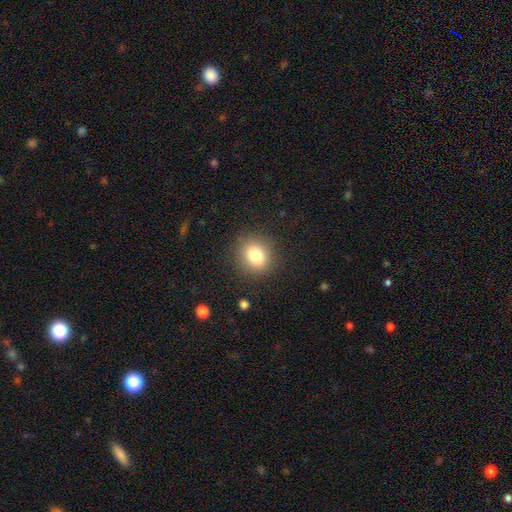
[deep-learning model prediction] Smooth or featured? smooth (82%)
How rounded? round (68%)
Merging? none (87%)